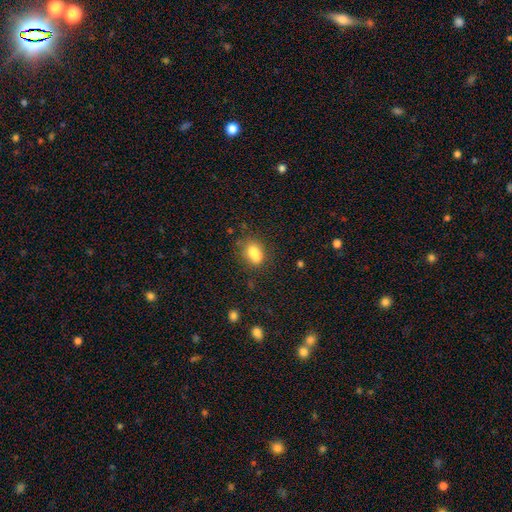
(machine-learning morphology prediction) Smooth or featured? smooth (76%)
How rounded? in between (73%)
Merging? none (51%)